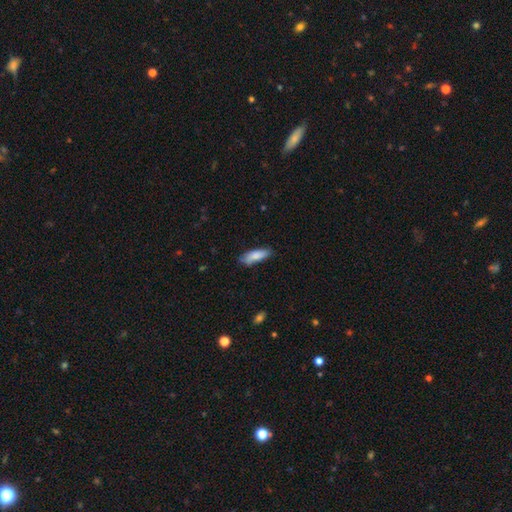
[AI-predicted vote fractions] A smooth galaxy with no disk features (83%) that is in between round and cigar-shaped (58%).

Vote fractions:
- Smooth or featured? smooth: 83% / featured or disk: 11% / star or artifact: 6%
- How rounded? in between: 58% / cigar-shaped: 40% / round: 2%
- Merging? none: 69% / minor disturbance: 25% / major disturbance: 4% / merger: 2%